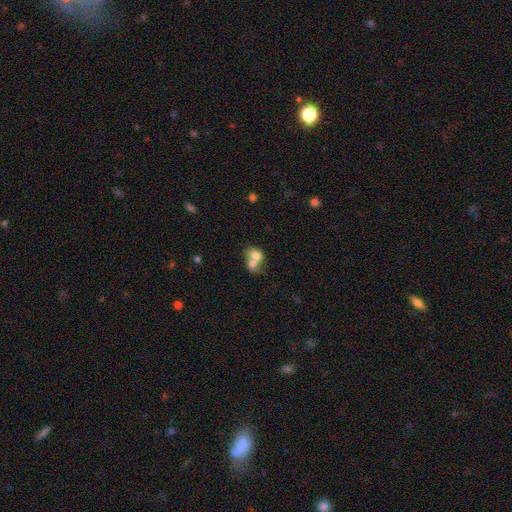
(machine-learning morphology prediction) Smooth or featured? smooth (70%)
How rounded? in between (52%)
Merging? merger (75%)